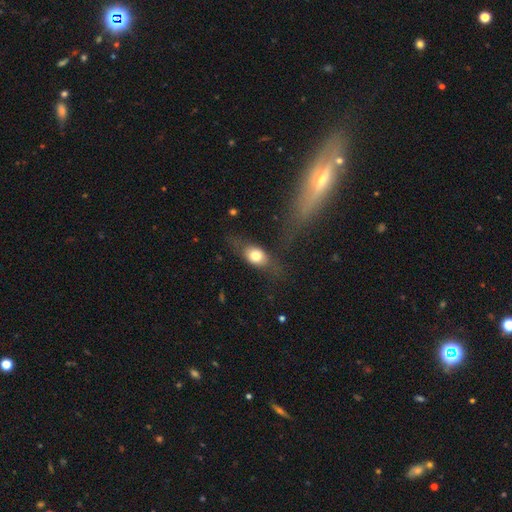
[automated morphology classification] A smooth galaxy with no disk features (70%) that is in between round and cigar-shaped (69%).

Vote fractions:
- Smooth or featured? smooth: 70% / featured or disk: 22% / star or artifact: 8%
- How rounded? in between: 69% / round: 22% / cigar-shaped: 8%
- Merging? none: 57% / minor disturbance: 19% / major disturbance: 18% / merger: 6%